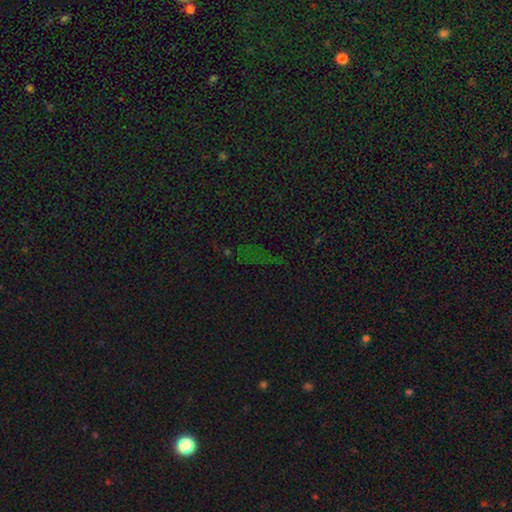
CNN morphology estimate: A star or artifact, not a galaxy (75%).

Vote fractions:
- Smooth or featured? star or artifact: 75% / smooth: 15% / featured or disk: 10%